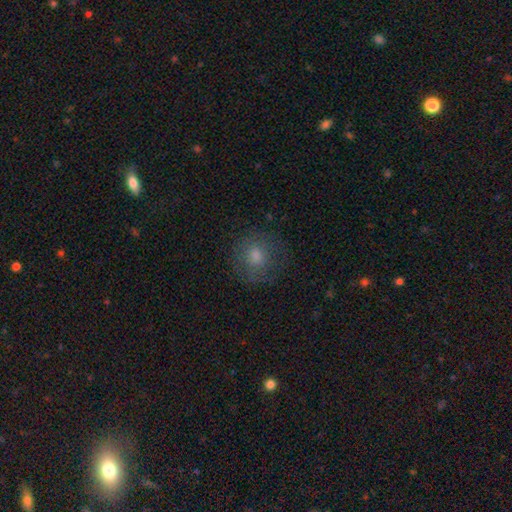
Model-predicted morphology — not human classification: Smooth or featured?
  - smooth: 66% *
  - featured or disk: 18%
  - star or artifact: 16%
How rounded?
  - round: 87% *
  - in between: 12%
  - cigar-shaped: 1%
Merging?
  - none: 79% *
  - minor disturbance: 13%
  - major disturbance: 7%
  - merger: 1%